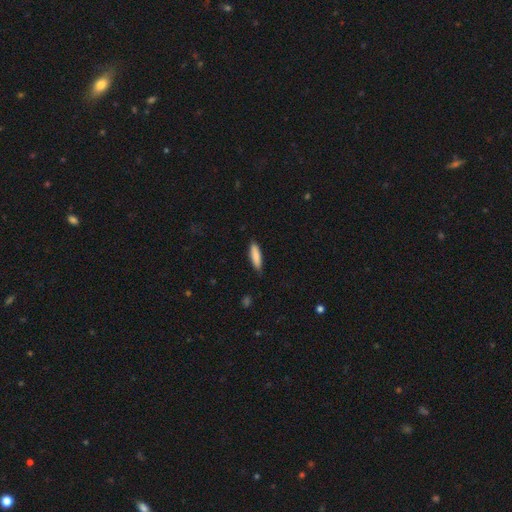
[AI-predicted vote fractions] Smooth or featured? Predicted: smooth (p=0.87). How rounded? Predicted: cigar-shaped (p=0.68). Merging? Predicted: none (p=0.85).